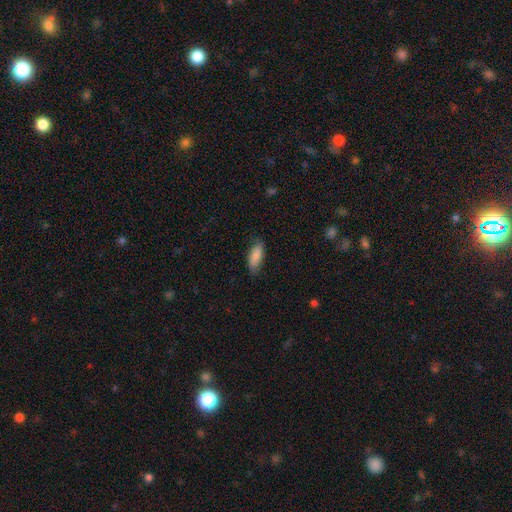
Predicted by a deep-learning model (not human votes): Smooth or featured?
  - smooth: 85% *
  - featured or disk: 9%
  - star or artifact: 6%
How rounded?
  - in between: 75% *
  - cigar-shaped: 23%
  - round: 2%
Merging?
  - none: 76% *
  - minor disturbance: 19%
  - major disturbance: 4%
  - merger: 1%